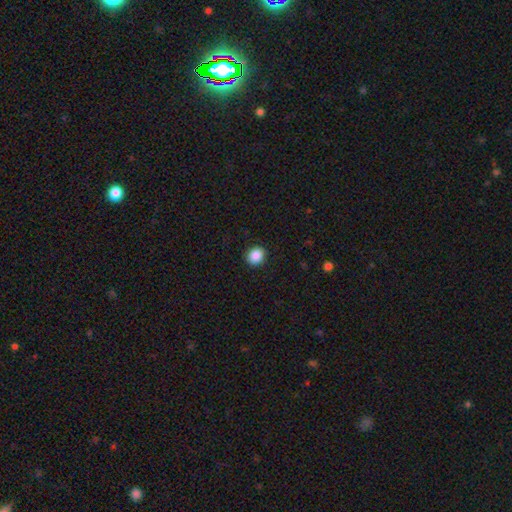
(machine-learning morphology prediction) Overall: smooth (88%). How rounded: round (74%). Merging: none (92%).